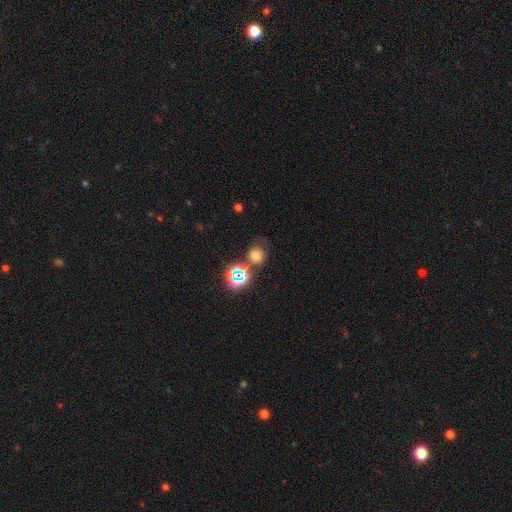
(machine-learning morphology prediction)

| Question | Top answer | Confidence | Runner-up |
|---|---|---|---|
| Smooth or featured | smooth | 66% | star or artifact (25%) |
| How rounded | round | 80% | in between (18%) |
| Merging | none | 63% | merger (15%) |